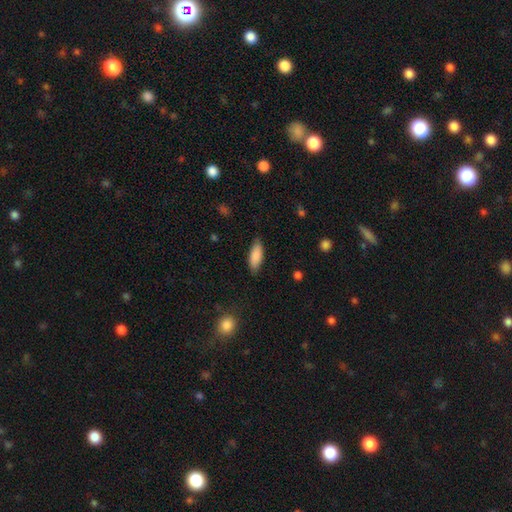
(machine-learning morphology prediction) Smooth or featured?
  - smooth: 87% *
  - featured or disk: 7%
  - star or artifact: 6%
How rounded?
  - in between: 69% *
  - cigar-shaped: 29%
  - round: 2%
Merging?
  - none: 85% *
  - minor disturbance: 12%
  - major disturbance: 2%
  - merger: 1%